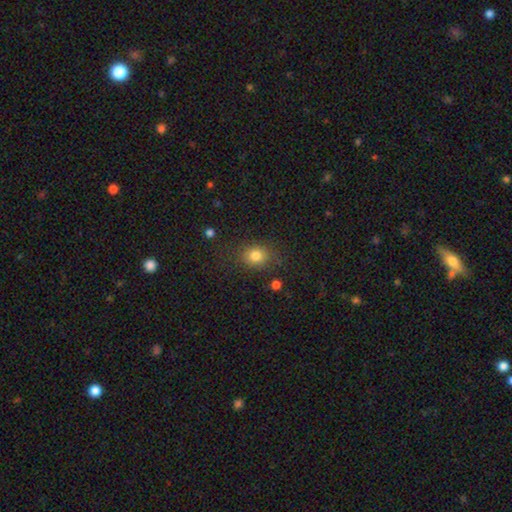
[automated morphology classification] A smooth galaxy with no disk features (81%) that is round (57%). Merging: none (80%).